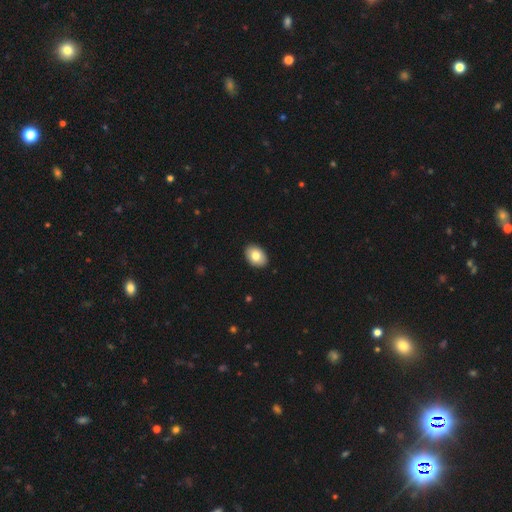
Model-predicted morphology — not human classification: This is likely a smooth galaxy (79%). How rounded: clearly in between (84%). Merging: clearly none (91%).